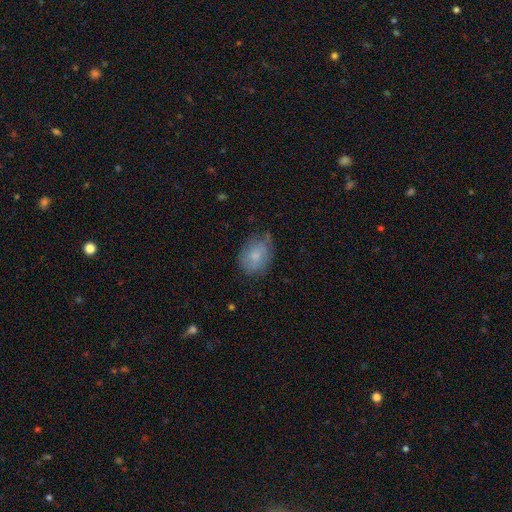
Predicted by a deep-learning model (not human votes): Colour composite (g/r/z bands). It shows a smooth galaxy with no disk features (74%) that is in between round and cigar-shaped (70%). Merging: none (62%).